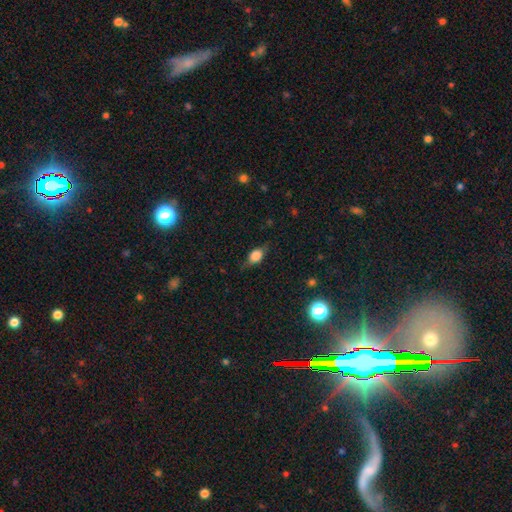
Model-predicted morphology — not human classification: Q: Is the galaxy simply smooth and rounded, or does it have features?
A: smooth — 67%.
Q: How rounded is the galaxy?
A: in between — 73%.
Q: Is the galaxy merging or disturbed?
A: none — 72%.